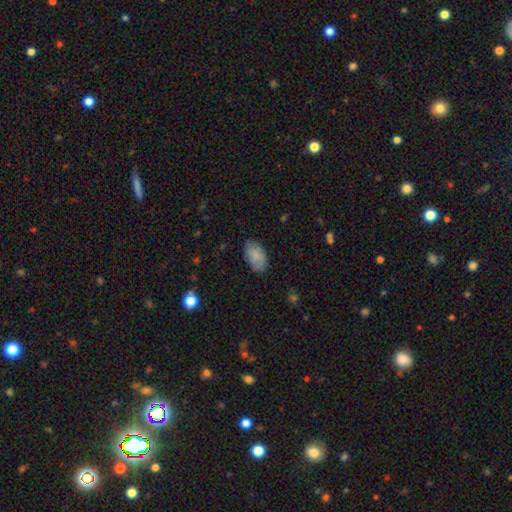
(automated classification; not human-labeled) Morphology: type=smooth (83%); roundness=in between (94%); merging=none (79%).